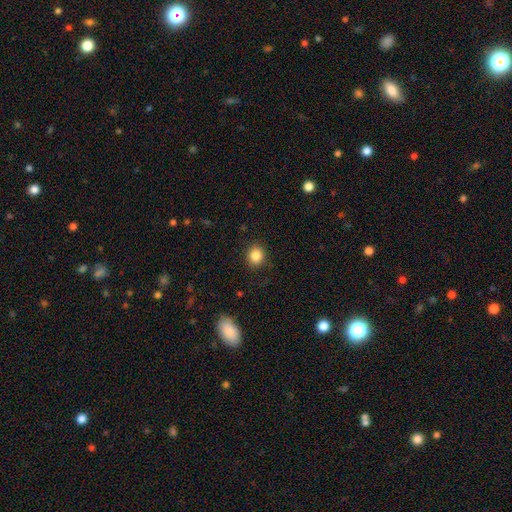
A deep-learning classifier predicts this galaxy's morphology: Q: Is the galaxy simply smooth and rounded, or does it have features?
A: smooth — 85%.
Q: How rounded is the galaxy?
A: round — 77%.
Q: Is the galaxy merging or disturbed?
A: none — 89%.